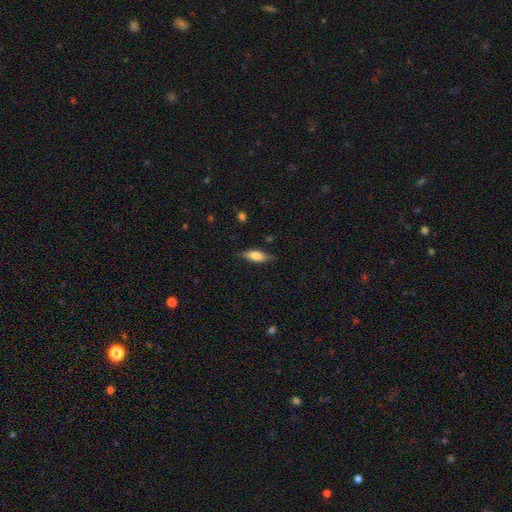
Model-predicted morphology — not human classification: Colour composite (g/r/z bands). It shows a smooth galaxy with no disk features (73%) that is in between round and cigar-shaped (71%). Merging: none (76%).